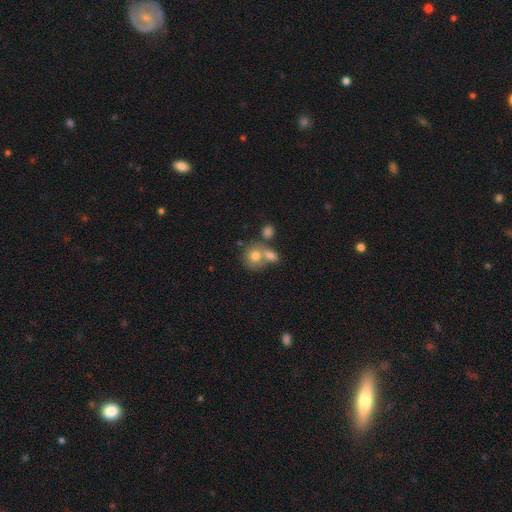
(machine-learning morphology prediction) A smooth galaxy with no disk features (74%) that is round (76%). Merging: merger (48%).